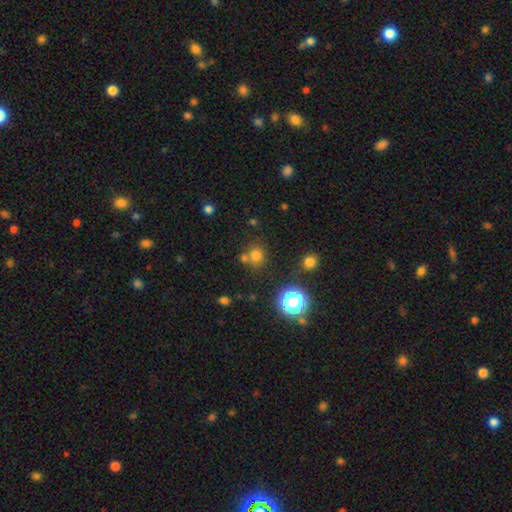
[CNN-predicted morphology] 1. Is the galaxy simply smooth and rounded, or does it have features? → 72% smooth, 22% star or artifact, 7% featured or disk.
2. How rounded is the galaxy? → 85% round, 14% in between, 1% cigar-shaped.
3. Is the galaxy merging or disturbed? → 67% none, 19% merger, 10% minor disturbance, 4% major disturbance.